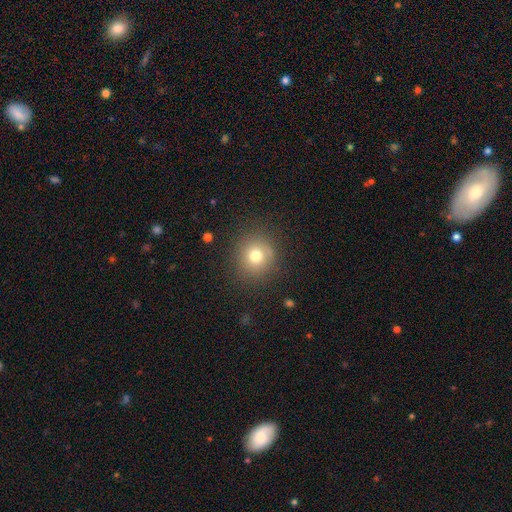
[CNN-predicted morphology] Q: Smooth or featured?
A: smooth (74%); runner-up: star or artifact (15%)
Q: How rounded?
A: round (90%); runner-up: in between (9%)
Q: Merging?
A: none (84%); runner-up: minor disturbance (10%)